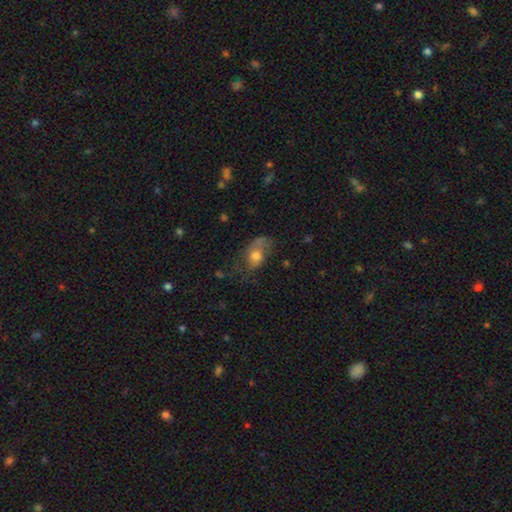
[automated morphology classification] A smooth galaxy with no disk features (56%) that is in between round and cigar-shaped (73%).

Vote fractions:
- Smooth or featured? smooth: 56% / featured or disk: 34% / star or artifact: 10%
- How rounded? in between: 73% / round: 24% / cigar-shaped: 3%
- Merging? none: 41% / major disturbance: 28% / minor disturbance: 27% / merger: 3%